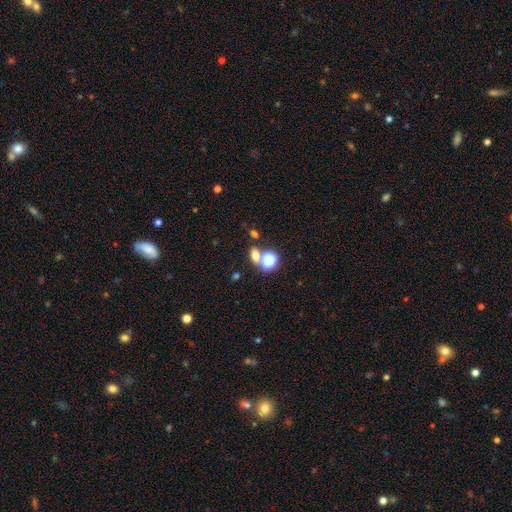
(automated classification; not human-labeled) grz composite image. It shows a smooth galaxy with no disk features (60%) that is in between round and cigar-shaped (52%). Merging: none (59%).